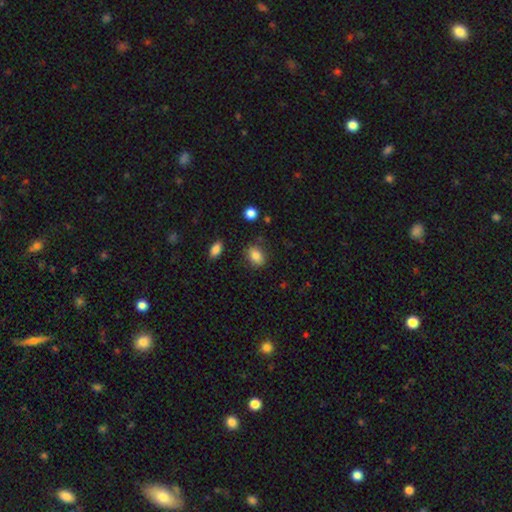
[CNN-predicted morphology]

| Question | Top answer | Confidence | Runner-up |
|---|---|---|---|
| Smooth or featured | smooth | 83% | star or artifact (9%) |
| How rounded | in between | 73% | round (25%) |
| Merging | none | 79% | minor disturbance (14%) |